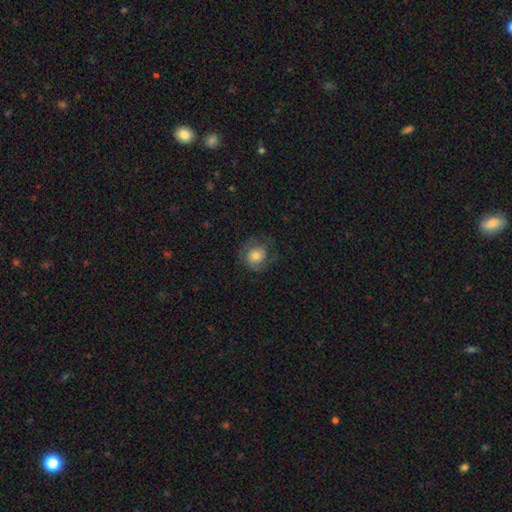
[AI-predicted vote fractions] smooth 47%, featured or disk 44%, star or artifact 8%. Down the decision tree: merging — none (68%).